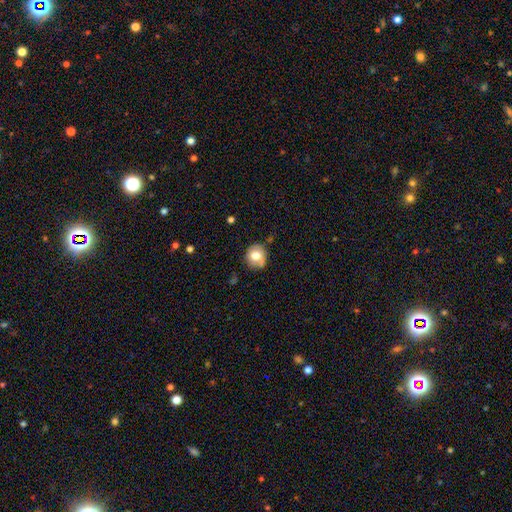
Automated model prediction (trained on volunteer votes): Smooth or featured? smooth (71%)
How rounded? round (80%)
Merging? none (69%)